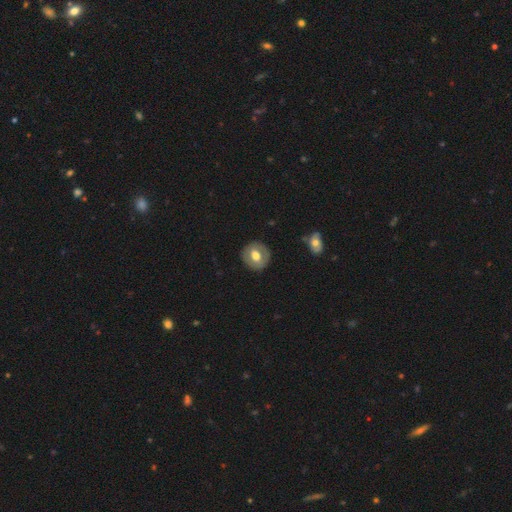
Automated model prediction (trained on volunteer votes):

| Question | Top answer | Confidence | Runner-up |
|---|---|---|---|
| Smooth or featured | smooth | 53% | featured or disk (41%) |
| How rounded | round | 83% | in between (16%) |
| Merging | none | 86% | minor disturbance (9%) |